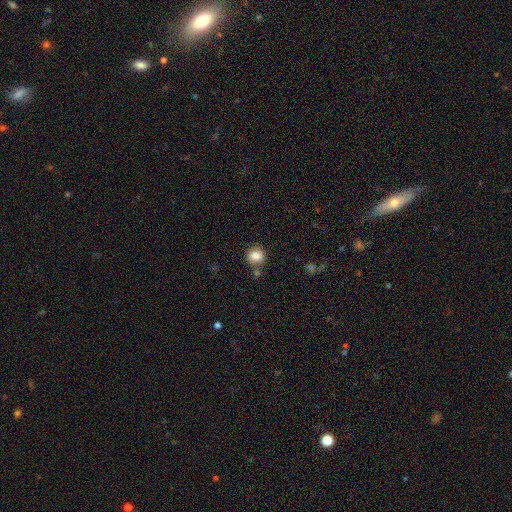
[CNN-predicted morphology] Smooth or featured? smooth (83%)
How rounded? round (76%)
Merging? none (74%)